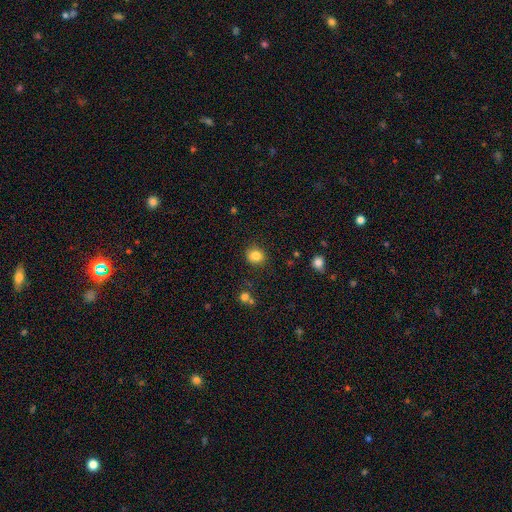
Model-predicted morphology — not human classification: This appears to be a smooth galaxy with no disk features (83%) that is round (75%). Merging: none (86%).